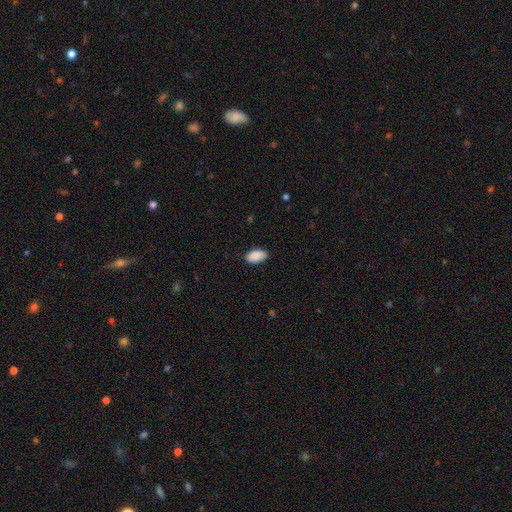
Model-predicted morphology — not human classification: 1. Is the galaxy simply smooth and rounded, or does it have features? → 90% smooth, 7% star or artifact, 3% featured or disk.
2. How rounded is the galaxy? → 95% in between, 3% round, 2% cigar-shaped.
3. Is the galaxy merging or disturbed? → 83% none, 14% minor disturbance, 3% major disturbance, 1% merger.